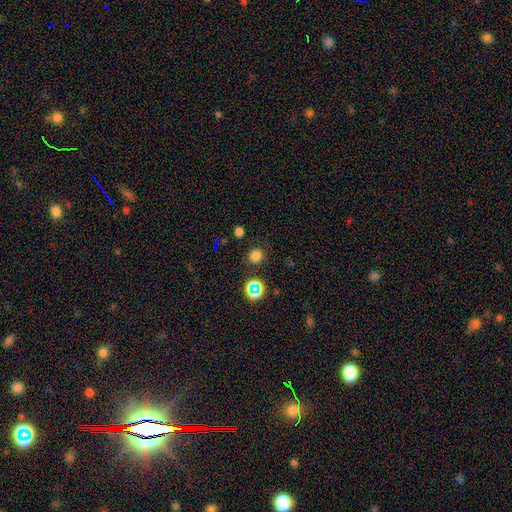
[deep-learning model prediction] smooth_or_featured: smooth (p=0.76) [alt: star or artifact p=0.20]
how_rounded: round (p=0.91) [alt: in between p=0.08]
merging: none (p=0.86) [alt: minor disturbance p=0.08]